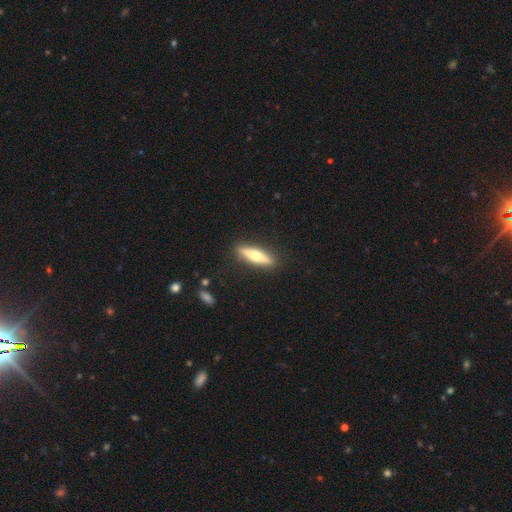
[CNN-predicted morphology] A featured or disk galaxy (55%) viewed edge-on (95%) with a rounded central bulge (92%).

Vote fractions:
- Smooth or featured? featured or disk: 55% / smooth: 39% / star or artifact: 5%
- Edge-on disk? yes: 95% / no: 5%
- Edge-on bulge? rounded: 92% / none: 4% / boxy: 4%
- Merging? none: 90% / minor disturbance: 7% / major disturbance: 2% / merger: 1%